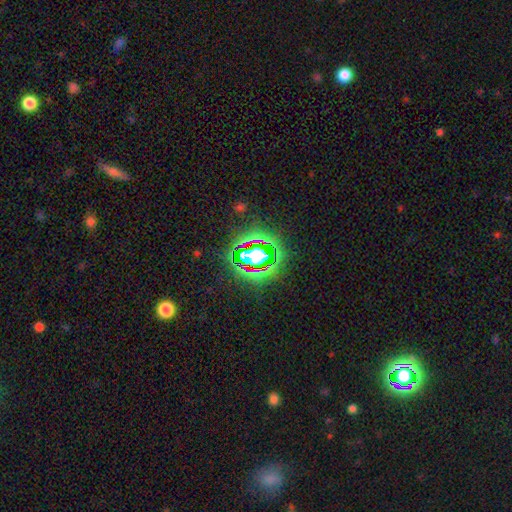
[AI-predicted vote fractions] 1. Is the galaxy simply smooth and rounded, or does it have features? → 70% star or artifact, 18% smooth, 13% featured or disk.